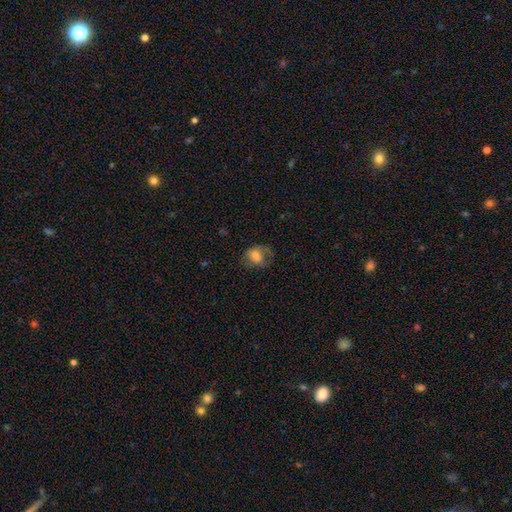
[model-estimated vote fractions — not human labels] Smooth or featured? smooth (64%)
How rounded? in between (65%)
Merging? none (51%)